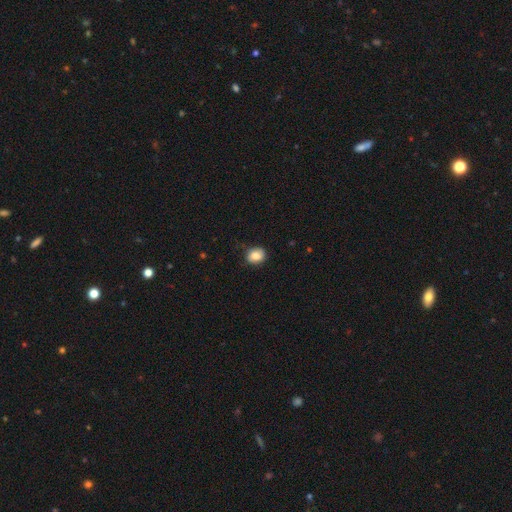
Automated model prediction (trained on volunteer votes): smooth 83%, star or artifact 9%, featured or disk 8%. Down the decision tree: how rounded — round (60%); merging — none (80%).